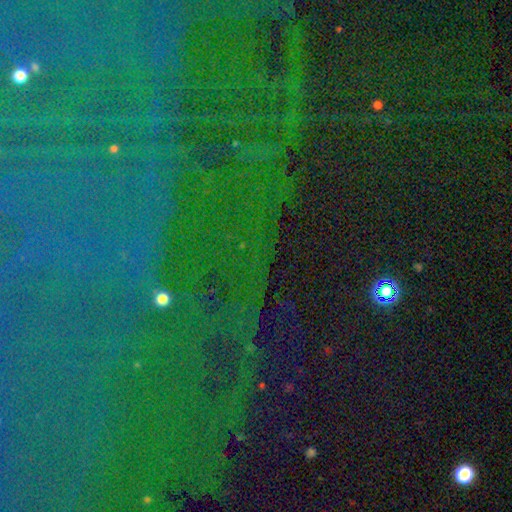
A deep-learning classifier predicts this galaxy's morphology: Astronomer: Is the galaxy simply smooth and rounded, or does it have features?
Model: star or artifact — 84%.